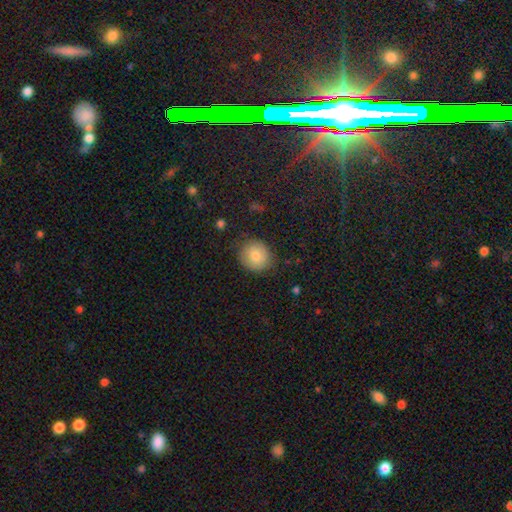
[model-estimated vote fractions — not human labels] A smooth galaxy with no disk features (80%) that is round (83%). Merging: none (82%).